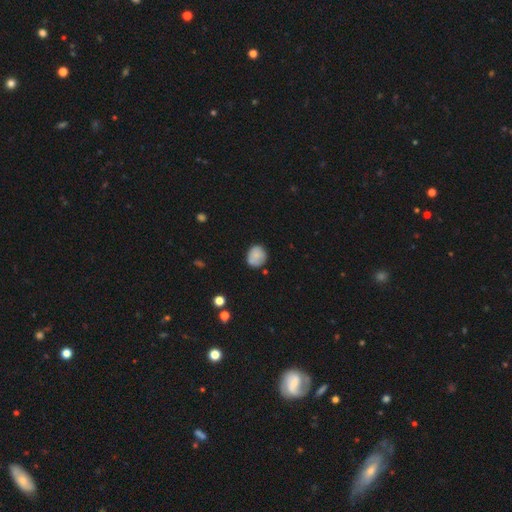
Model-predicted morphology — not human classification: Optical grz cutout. It shows a smooth galaxy with no disk features (79%) that is round (74%). Merging: none (69%).